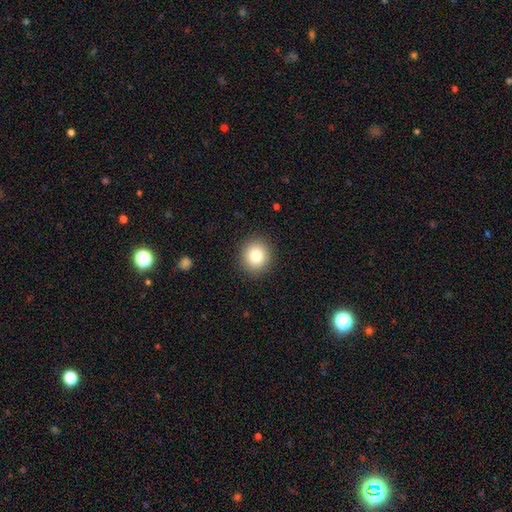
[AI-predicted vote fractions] Smooth or featured? Predicted: smooth (p=0.82). How rounded? Predicted: round (p=0.87). Merging? Predicted: none (p=0.91).